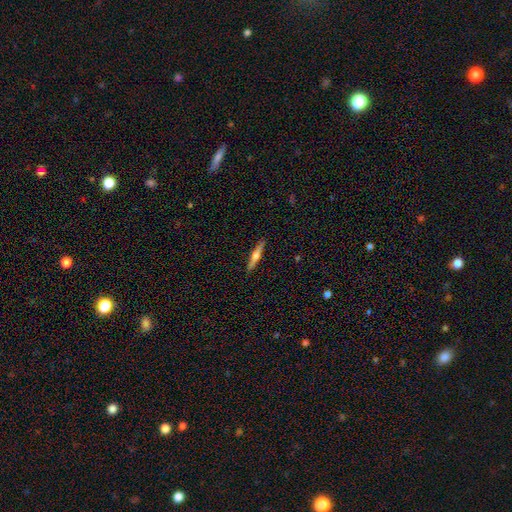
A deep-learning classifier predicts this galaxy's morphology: Overall: featured or disk (56%; smooth 38%). Edge-on disk: yes (96%). Edge-on bulge: rounded (90%). Merging: none (91%).